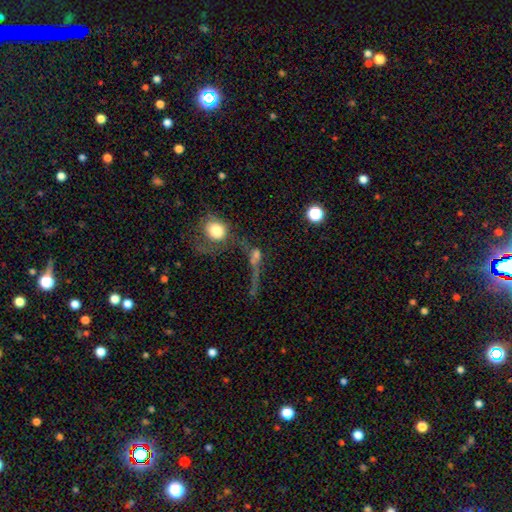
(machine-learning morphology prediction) Smooth or featured? smooth (46%)
Merging? merger (36%)